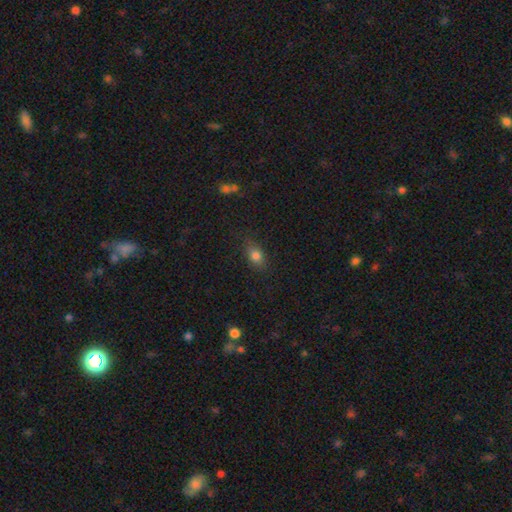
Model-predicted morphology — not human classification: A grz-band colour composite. It shows a smooth galaxy with no disk features (79%) that is in between round and cigar-shaped (72%). Merging: none (79%).